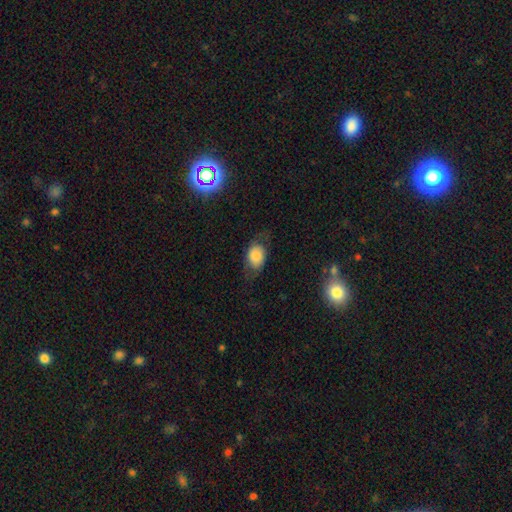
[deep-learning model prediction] Smooth or featured?
  - smooth: 69% *
  - featured or disk: 22%
  - star or artifact: 9%
How rounded?
  - in between: 69% *
  - round: 29%
  - cigar-shaped: 2%
Merging?
  - none: 63% *
  - minor disturbance: 21%
  - major disturbance: 15%
  - merger: 2%